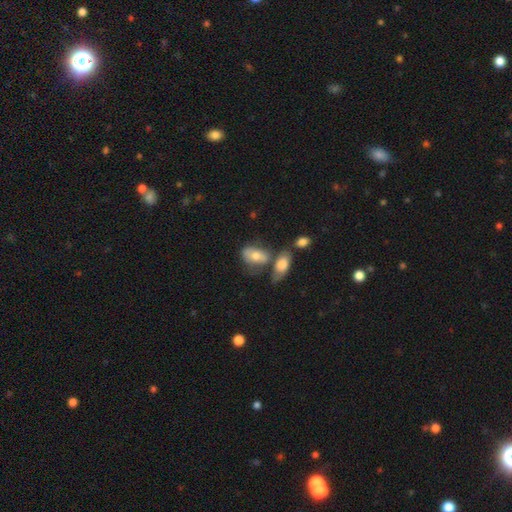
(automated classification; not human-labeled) smooth 62%, featured or disk 30%, star or artifact 8%. Down the decision tree: how rounded — in between (85%); merging — none (35%).